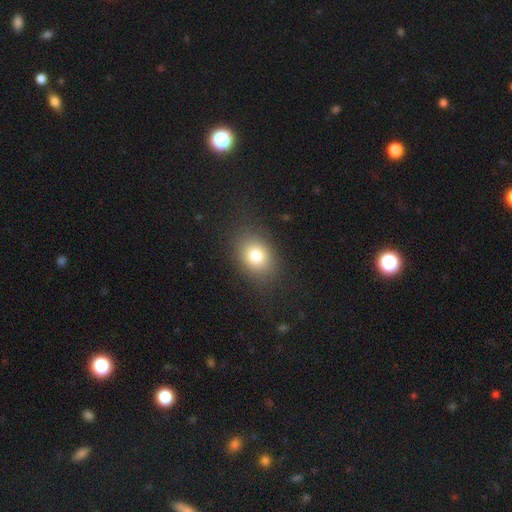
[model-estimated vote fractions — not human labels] Smooth or featured? Predicted: smooth (p=0.78). How rounded? Predicted: in between (p=0.60). Merging? Predicted: none (p=0.84).